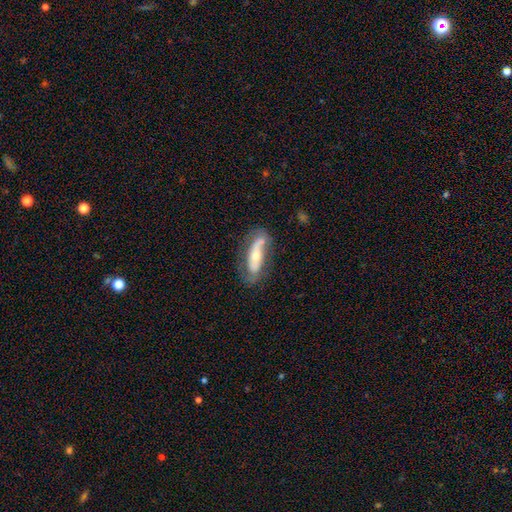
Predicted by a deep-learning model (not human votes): Smooth or featured? featured or disk (58%)
Edge-on disk? no (75%)
Merging? none (60%)